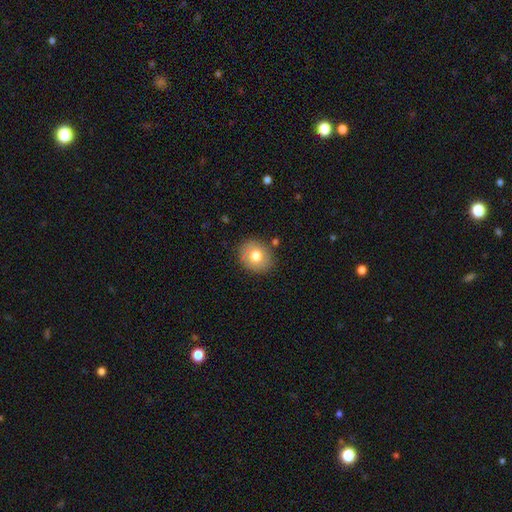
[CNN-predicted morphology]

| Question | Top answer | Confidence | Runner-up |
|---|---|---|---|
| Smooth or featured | smooth | 75% | featured or disk (16%) |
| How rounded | round | 70% | in between (29%) |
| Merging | none | 84% | minor disturbance (11%) |